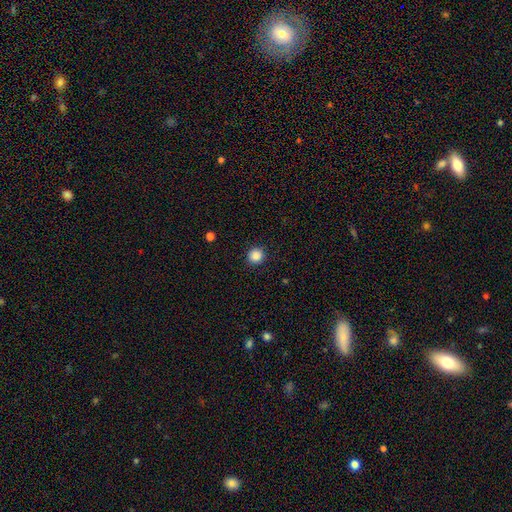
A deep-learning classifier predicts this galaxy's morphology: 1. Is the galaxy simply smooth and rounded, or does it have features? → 87% smooth, 10% star or artifact, 3% featured or disk.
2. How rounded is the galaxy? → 91% round, 8% in between, 1% cigar-shaped.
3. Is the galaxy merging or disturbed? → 92% none, 5% minor disturbance, 2% major disturbance, 1% merger.